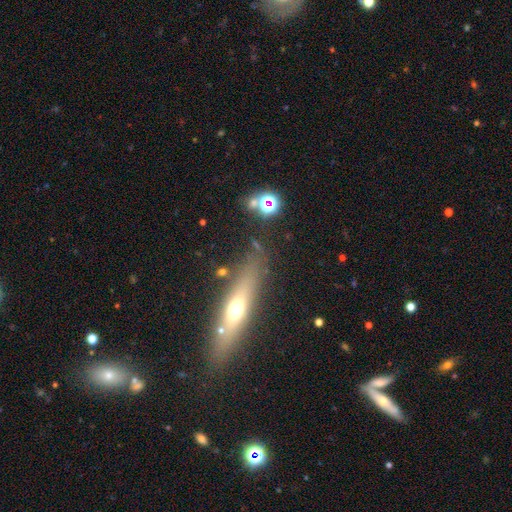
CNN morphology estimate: A featured or disk galaxy (60%) viewed edge-on (87%) with a rounded central bulge (88%).

Vote fractions:
- Smooth or featured? featured or disk: 60% / smooth: 30% / star or artifact: 10%
- Edge-on disk? yes: 87% / no: 13%
- Edge-on bulge? rounded: 88% / none: 9% / boxy: 3%
- Merging? none: 78% / minor disturbance: 13% / merger: 5% / major disturbance: 4%